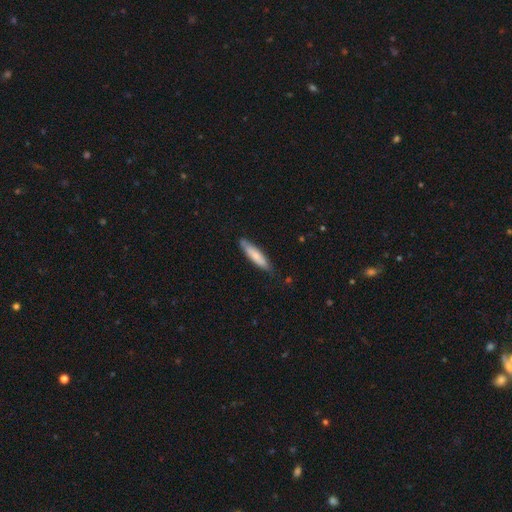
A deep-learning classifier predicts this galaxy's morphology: smooth-or-featured: smooth: 72% | featured or disk: 23% | star or artifact: 5%
  how-rounded: cigar-shaped: 78% | in between: 20% | round: 1%
  merging: none: 80% | minor disturbance: 16% | major disturbance: 2% | merger: 1%